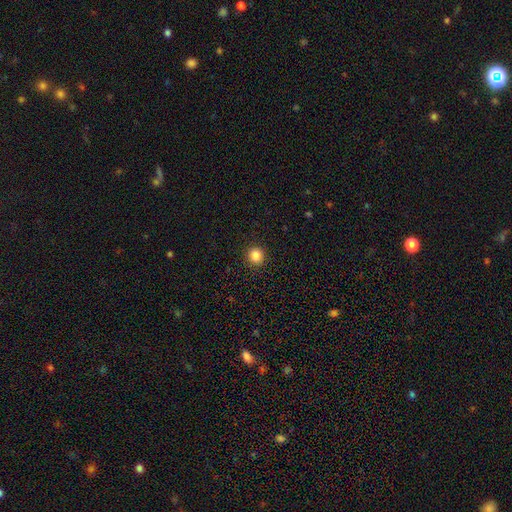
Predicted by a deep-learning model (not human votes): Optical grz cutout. It shows a smooth galaxy with no disk features (85%) that is round (93%). Merging: none (92%).